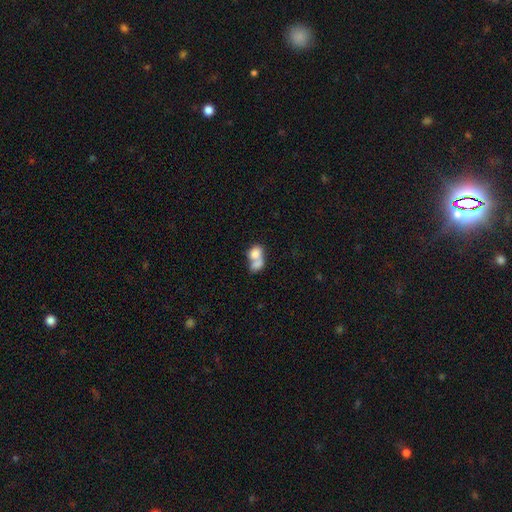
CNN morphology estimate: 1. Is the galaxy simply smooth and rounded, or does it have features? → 75% smooth, 17% featured or disk, 8% star or artifact.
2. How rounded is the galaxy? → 64% in between, 34% round, 2% cigar-shaped.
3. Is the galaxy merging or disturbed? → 74% merger, 15% none, 6% minor disturbance, 6% major disturbance.